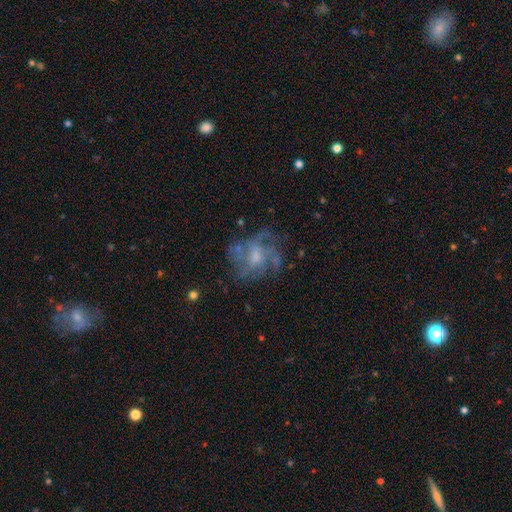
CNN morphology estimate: This appears to be a featured or disk galaxy (69%) with no bar (65%), spiral arms (73%) and a moderate central bulge (46%). Merging: none (60%).